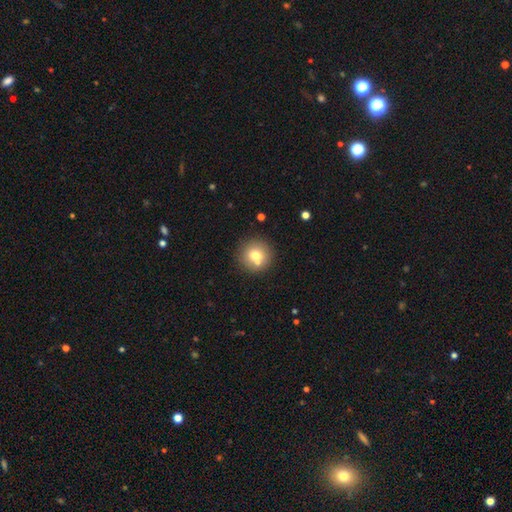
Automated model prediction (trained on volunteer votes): The model was most divided on "smooth or featured": smooth: 71%, featured or disk: 17%, star or artifact: 12%. More confident: how rounded — round (94%); merging — none (74%).